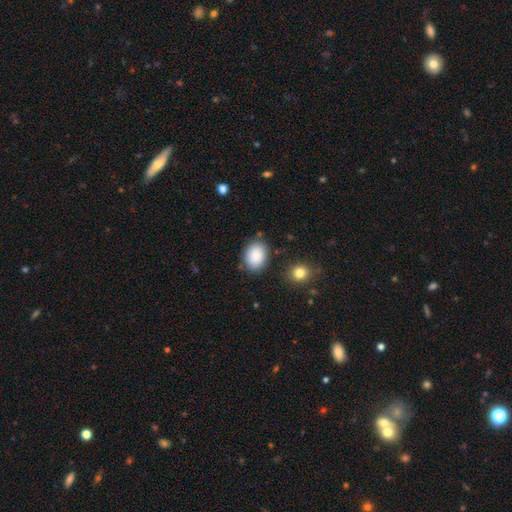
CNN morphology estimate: A smooth galaxy with no disk features (88%) that is in between round and cigar-shaped (69%).

Vote fractions:
- Smooth or featured? smooth: 88% / star or artifact: 7% / featured or disk: 5%
- How rounded? in between: 69% / round: 30% / cigar-shaped: 1%
- Merging? none: 80% / minor disturbance: 14% / major disturbance: 4% / merger: 3%